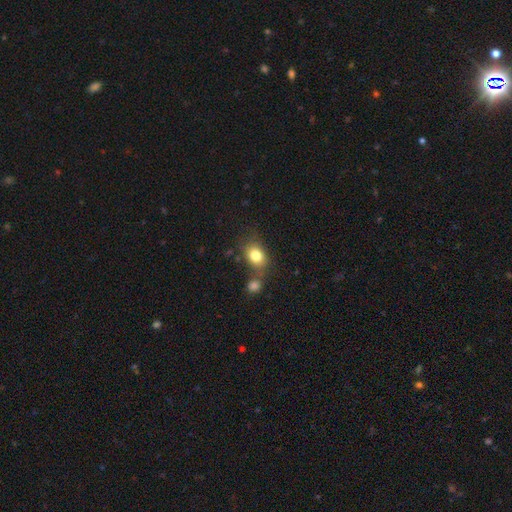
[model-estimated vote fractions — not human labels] Smooth or featured?
  - smooth: 81% *
  - star or artifact: 10%
  - featured or disk: 9%
How rounded?
  - in between: 56% *
  - round: 43%
  - cigar-shaped: 1%
Merging?
  - none: 60% *
  - merger: 20%
  - minor disturbance: 15%
  - major disturbance: 5%